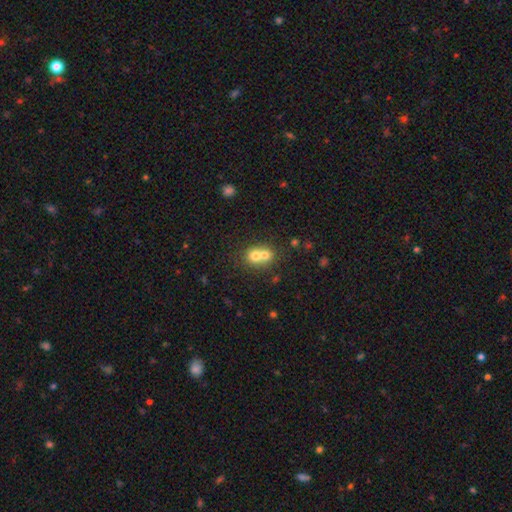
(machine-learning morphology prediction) smooth 69%, featured or disk 20%, star or artifact 11%. Down the decision tree: how rounded — round (73%); merging — merger (69%).